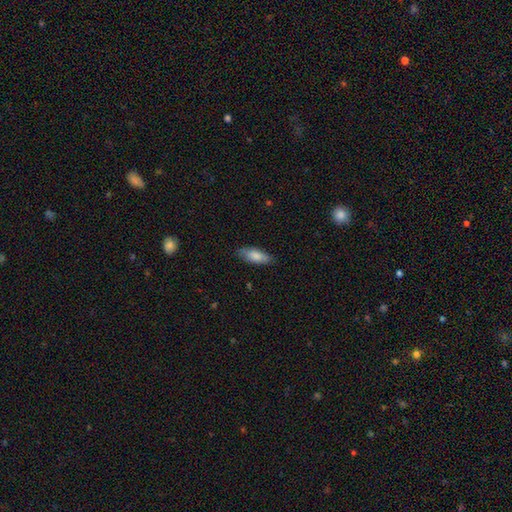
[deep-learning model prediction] Overall: smooth (81%). How rounded: in between (72%). Merging: none (83%).